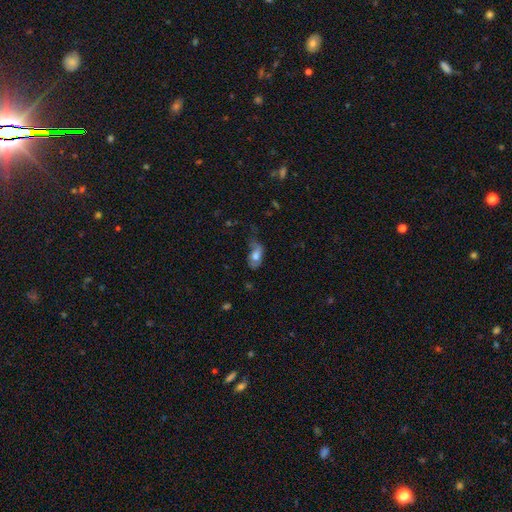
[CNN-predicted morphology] Smooth or featured: smooth — 65% (featured or disk — 26%)
How rounded: in between — 87% (round — 8%)
Merging: minor disturbance — 35% (none — 33%)